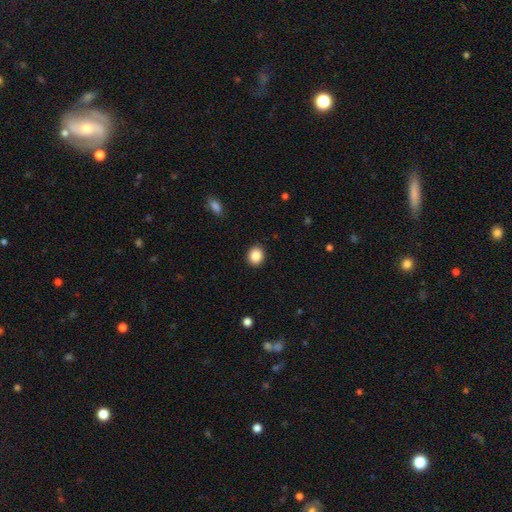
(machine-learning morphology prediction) Smooth or featured?
  - smooth: 87% *
  - star or artifact: 9%
  - featured or disk: 4%
How rounded?
  - round: 69% *
  - in between: 30%
  - cigar-shaped: 1%
Merging?
  - none: 91% *
  - minor disturbance: 6%
  - major disturbance: 2%
  - merger: 1%